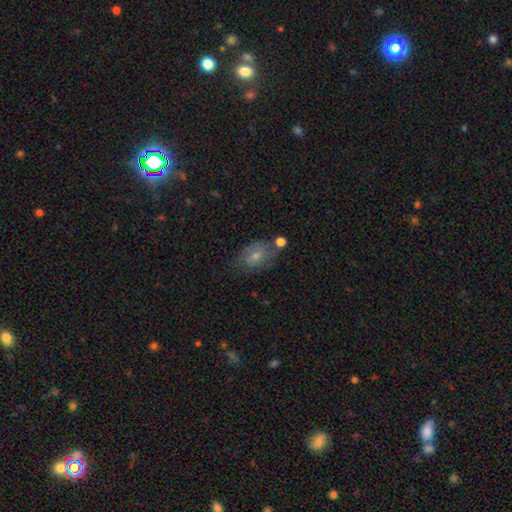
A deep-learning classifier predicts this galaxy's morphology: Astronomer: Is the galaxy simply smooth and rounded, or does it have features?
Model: smooth — 43% (runner-up: featured or disk, 39%).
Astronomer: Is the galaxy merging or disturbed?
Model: none — 65%.